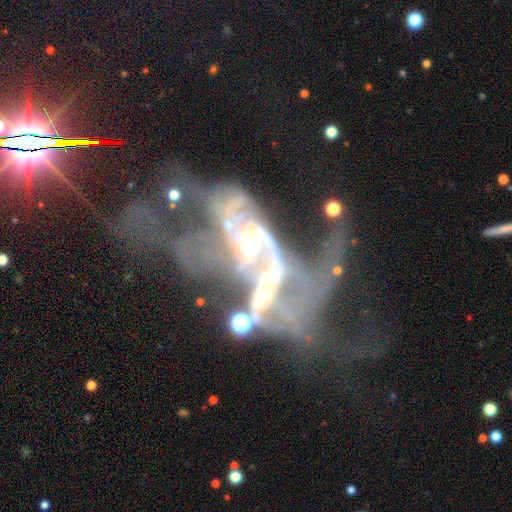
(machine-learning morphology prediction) Smooth or featured?
  - featured or disk: 75% *
  - star or artifact: 17%
  - smooth: 7%
Edge-on disk?
  - no: 92% *
  - yes: 8%
Bar?
  - no: 47% *
  - weak: 28%
  - strong: 25%
Spiral arms?
  - yes: 65% *
  - no: 35%
Bulge size?
  - small: 40% *
  - moderate: 35%
  - none: 18%
  - large: 5%
  - dominant: 2%
Merging?
  - merger: 46% *
  - major disturbance: 36%
  - none: 11%
  - minor disturbance: 7%